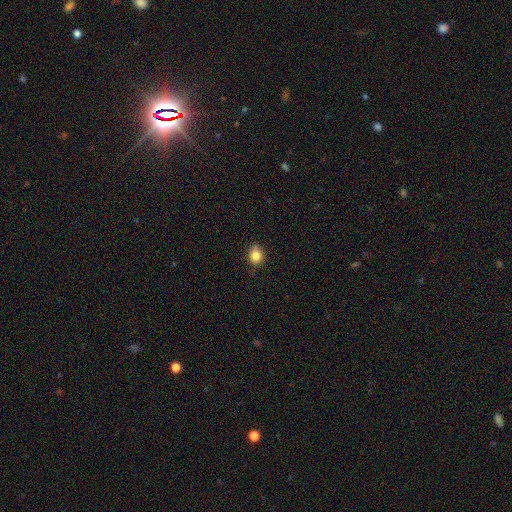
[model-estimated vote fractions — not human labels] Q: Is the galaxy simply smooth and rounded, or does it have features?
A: smooth — 83%.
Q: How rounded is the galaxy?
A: round — 74%.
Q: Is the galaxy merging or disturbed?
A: none — 70%.